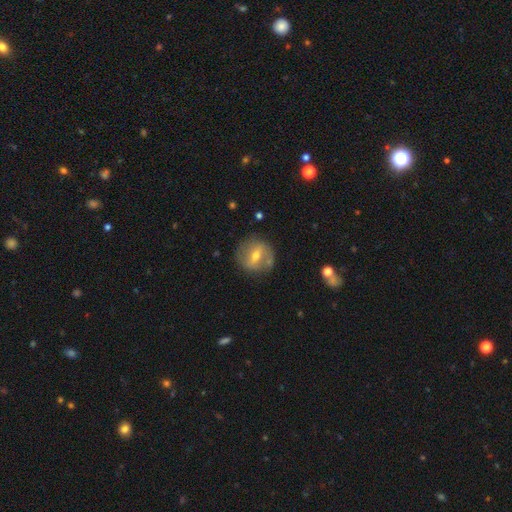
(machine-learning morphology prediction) featured or disk 54%, smooth 39%, star or artifact 8%. Down the decision tree: edge-on disk — no (90%); merging — none (77%).